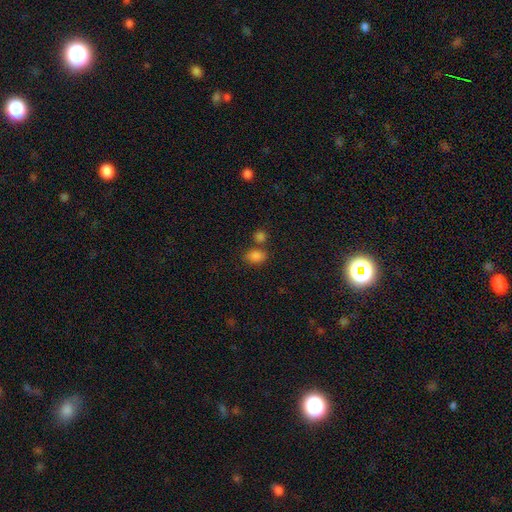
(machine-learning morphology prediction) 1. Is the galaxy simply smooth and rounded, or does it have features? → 83% smooth, 12% star or artifact, 6% featured or disk.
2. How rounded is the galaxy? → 67% in between, 31% round, 1% cigar-shaped.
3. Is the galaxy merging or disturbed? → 56% none, 26% merger, 13% minor disturbance, 5% major disturbance.